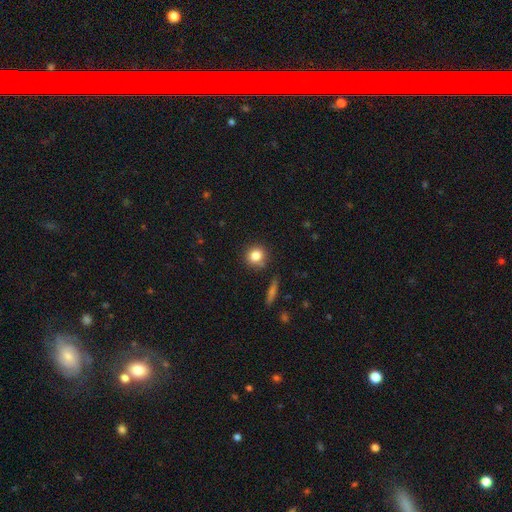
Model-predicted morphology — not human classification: Smooth or featured: smooth — 83% (star or artifact — 10%)
How rounded: round — 87% (in between — 12%)
Merging: none — 82% (minor disturbance — 10%)